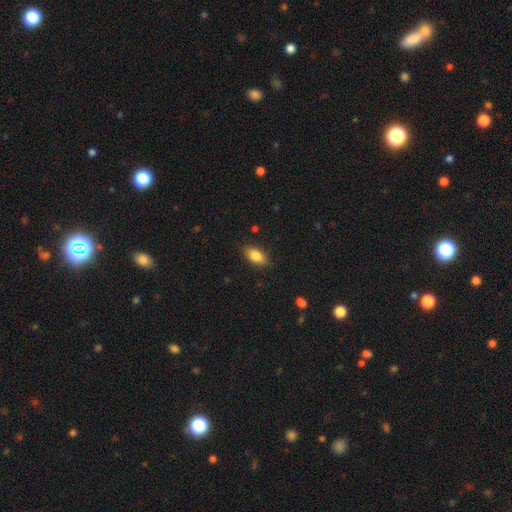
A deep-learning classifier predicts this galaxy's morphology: Smooth or featured? Predicted: smooth (p=0.84). How rounded? Predicted: in between (p=0.88). Merging? Predicted: none (p=0.85).